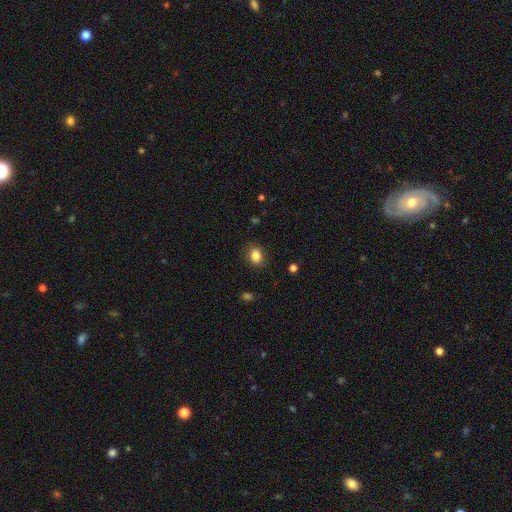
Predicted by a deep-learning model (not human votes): Smooth or featured?
  - smooth: 85% *
  - star or artifact: 10%
  - featured or disk: 5%
How rounded?
  - in between: 52% *
  - round: 47%
  - cigar-shaped: 1%
Merging?
  - none: 86% *
  - minor disturbance: 10%
  - major disturbance: 3%
  - merger: 1%